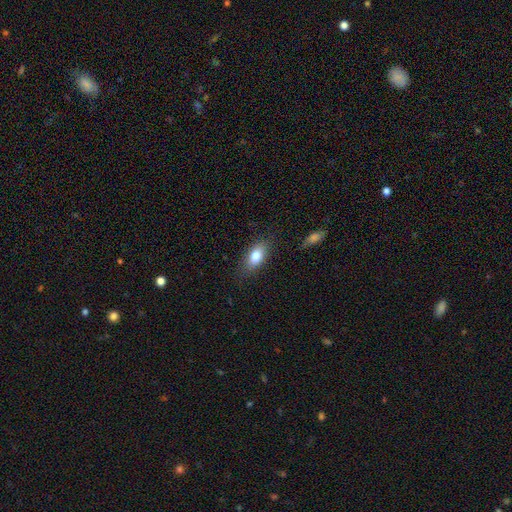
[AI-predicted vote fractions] Q: Smooth or featured?
A: smooth (81%); runner-up: featured or disk (12%)
Q: How rounded?
A: in between (85%); runner-up: cigar-shaped (9%)
Q: Merging?
A: none (81%); runner-up: minor disturbance (14%)